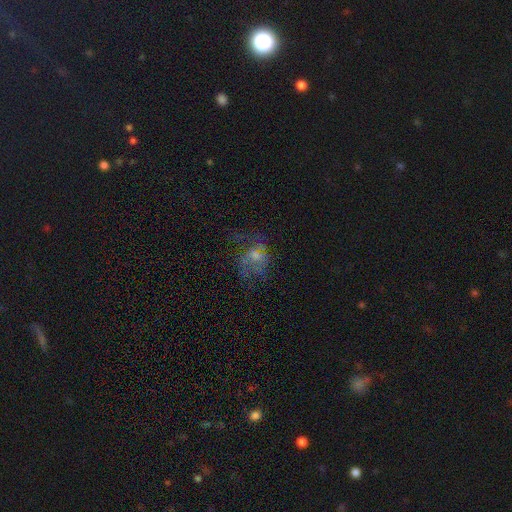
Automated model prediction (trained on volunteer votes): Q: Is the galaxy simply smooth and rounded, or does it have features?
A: featured or disk — 47%.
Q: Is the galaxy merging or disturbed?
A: none — 43%.